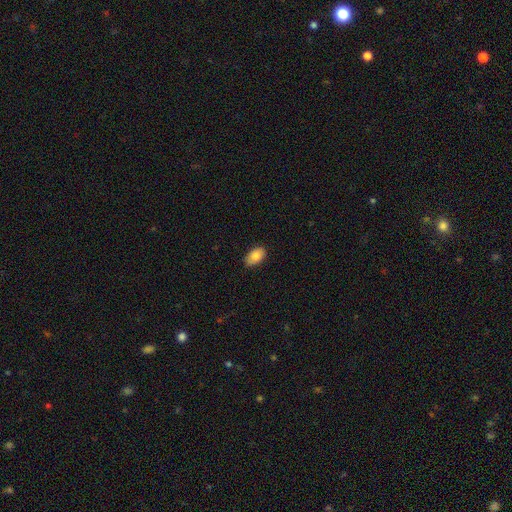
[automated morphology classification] Overall: smooth (84%). How rounded: in between (92%). Merging: none (82%).